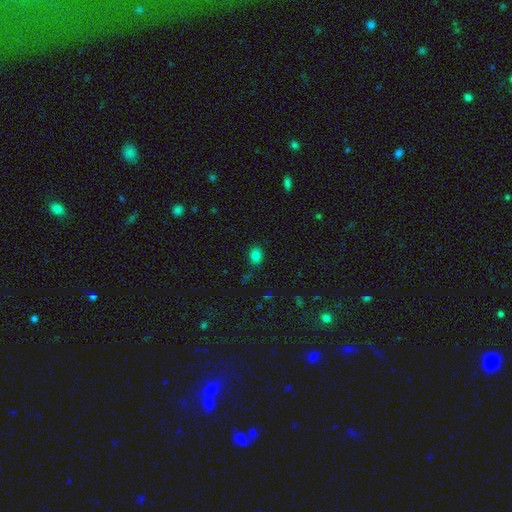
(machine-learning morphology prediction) Smooth or featured? smooth (80%)
How rounded? in between (68%)
Merging? none (81%)